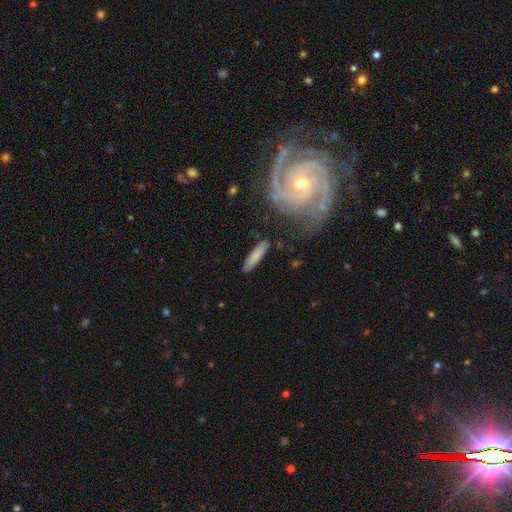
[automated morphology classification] A smooth galaxy with no disk features (73%) that is cigar-shaped (79%).

Vote fractions:
- Smooth or featured? smooth: 73% / featured or disk: 21% / star or artifact: 6%
- How rounded? cigar-shaped: 79% / in between: 19% / round: 2%
- Merging? none: 84% / minor disturbance: 10% / merger: 3% / major disturbance: 3%